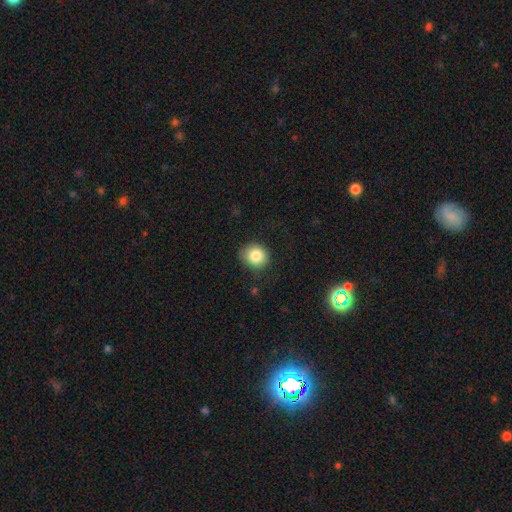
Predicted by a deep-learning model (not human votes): Smooth or featured? smooth (84%)
How rounded? round (83%)
Merging? none (81%)